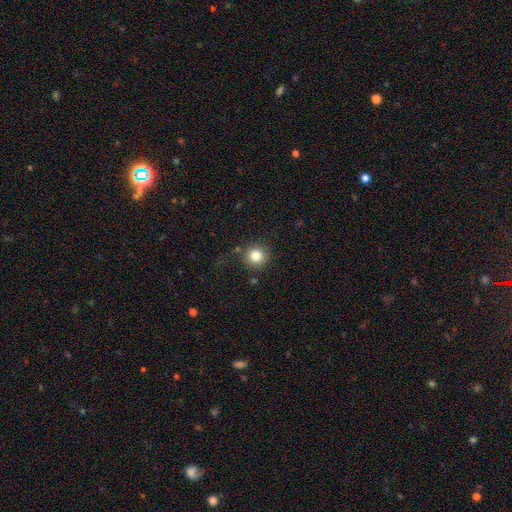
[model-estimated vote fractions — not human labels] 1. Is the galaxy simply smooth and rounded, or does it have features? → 82% smooth, 11% star or artifact, 7% featured or disk.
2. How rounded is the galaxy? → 93% round, 6% in between, 1% cigar-shaped.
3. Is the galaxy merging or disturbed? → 83% none, 10% minor disturbance, 4% major disturbance, 3% merger.